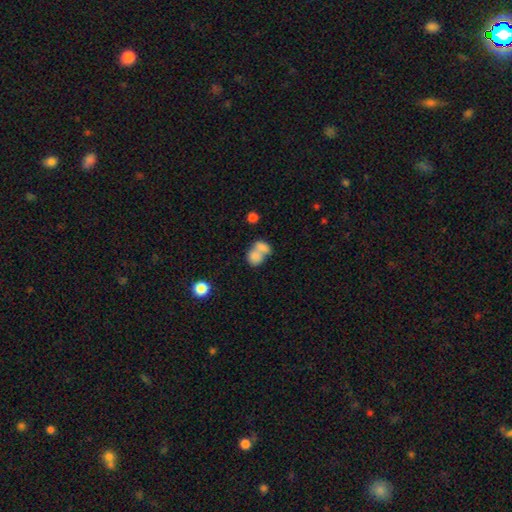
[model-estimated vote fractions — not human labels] Smooth or featured? smooth (78%)
How rounded? in between (52%)
Merging? merger (69%)